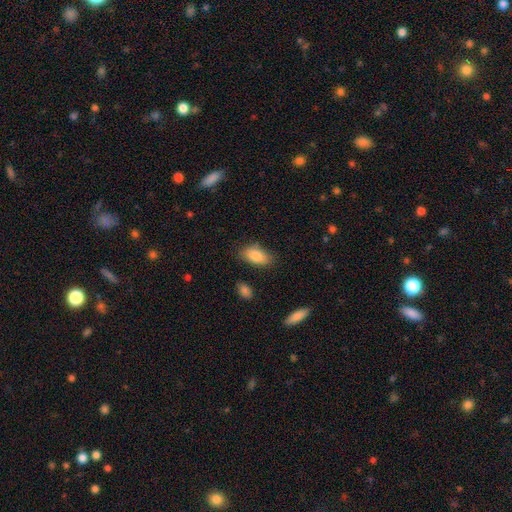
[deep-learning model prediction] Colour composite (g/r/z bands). It shows a smooth galaxy with no disk features (86%) that is in between round and cigar-shaped (92%). Merging: none (80%).